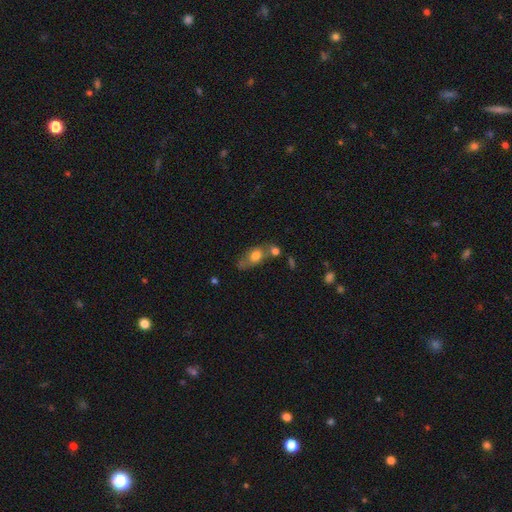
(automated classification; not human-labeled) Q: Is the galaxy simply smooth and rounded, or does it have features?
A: smooth — 69%.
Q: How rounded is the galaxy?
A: in between — 80%.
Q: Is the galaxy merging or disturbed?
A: none — 36%.